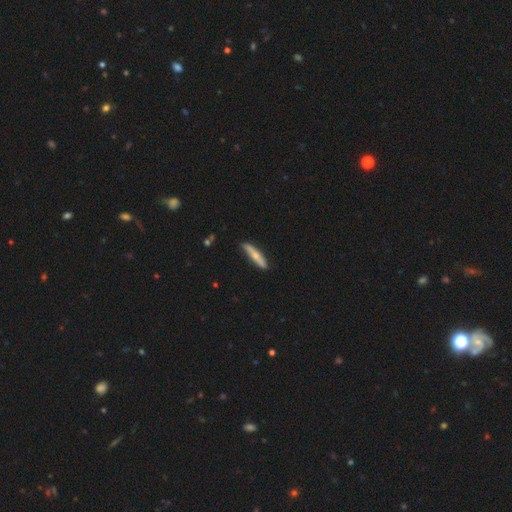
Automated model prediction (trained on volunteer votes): This appears to be a smooth galaxy with no disk features (55%) that is cigar-shaped (87%). Merging: none (83%).